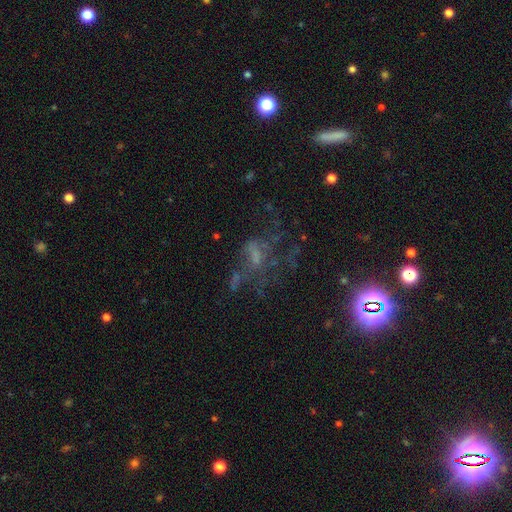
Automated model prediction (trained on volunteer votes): Smooth or featured: featured or disk — 45% (star or artifact — 33%)
Merging: none — 40% (major disturbance — 37%)